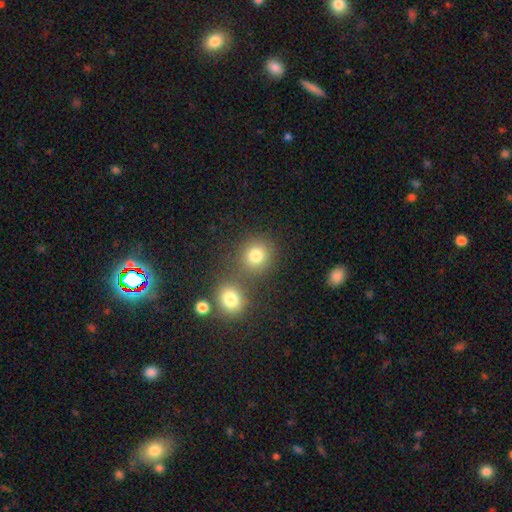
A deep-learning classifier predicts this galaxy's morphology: Overall: smooth (80%). How rounded: round (85%). Merging: none (64%; merger 25%).